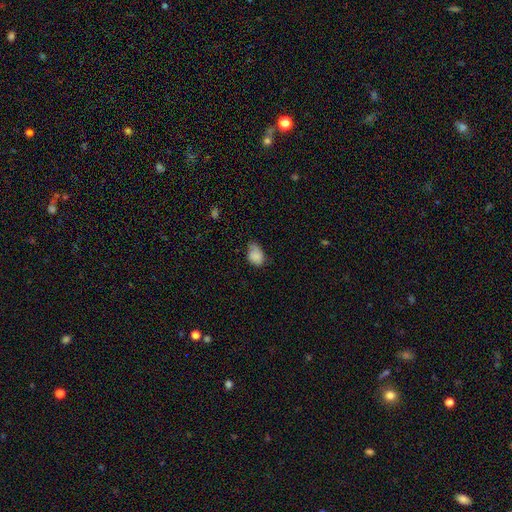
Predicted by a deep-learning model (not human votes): smooth 83%, star or artifact 9%, featured or disk 8%. Down the decision tree: how rounded — in between (79%); merging — none (48%).